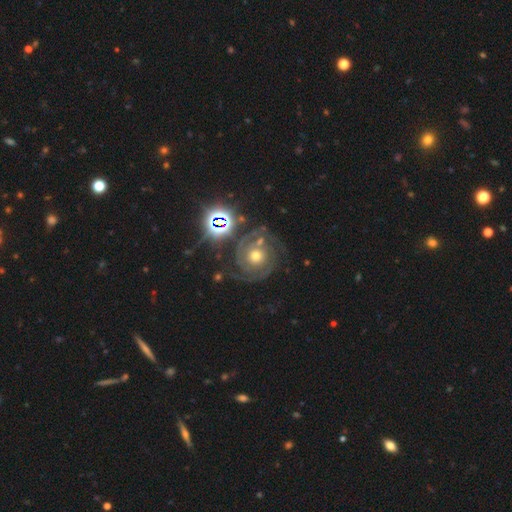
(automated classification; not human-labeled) Smooth or featured? Predicted: featured or disk (p=0.82). Edge-on disk? Predicted: no (p=0.98). Bar? Predicted: no (p=0.80). Spiral arms? Predicted: yes (p=0.96). Spiral winding? Predicted: tight (p=0.62). Spiral arm count? Predicted: 2 (p=0.63). Bulge size? Predicted: moderate (p=0.64). Merging? Predicted: none (p=0.67).